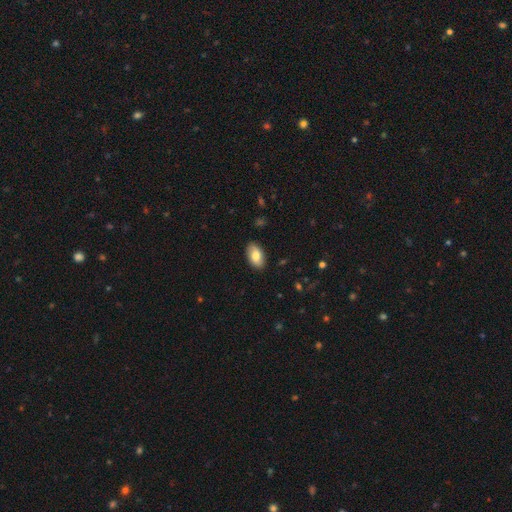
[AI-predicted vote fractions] Smooth or featured?
  - smooth: 80% *
  - featured or disk: 14%
  - star or artifact: 6%
How rounded?
  - in between: 94% *
  - round: 4%
  - cigar-shaped: 2%
Merging?
  - none: 88% *
  - minor disturbance: 9%
  - major disturbance: 2%
  - merger: 1%